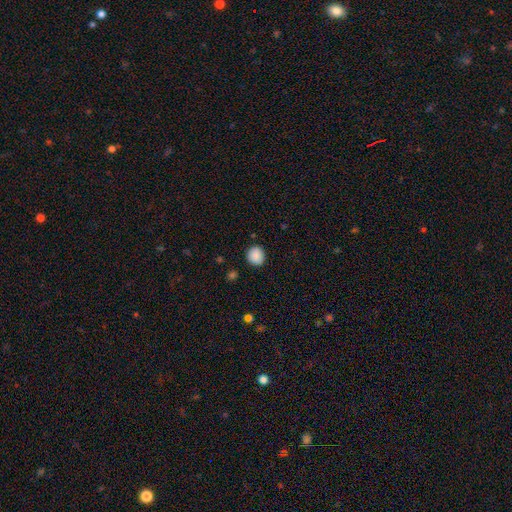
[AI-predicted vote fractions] The model was most divided on "how rounded": round: 83%, in between: 16%, cigar-shaped: 1%. More confident: merging — none (90%); smooth or featured — smooth (89%).